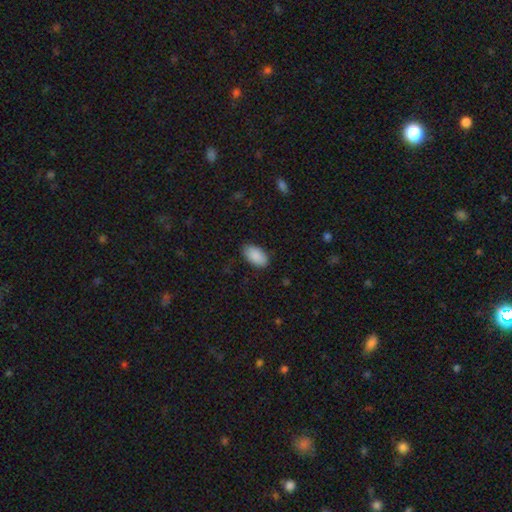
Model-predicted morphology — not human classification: This is clearly a smooth galaxy (91%). How rounded: clearly in between (95%). Merging: clearly none (87%).